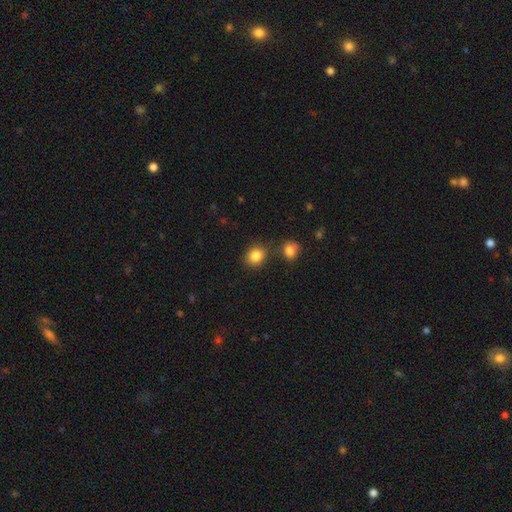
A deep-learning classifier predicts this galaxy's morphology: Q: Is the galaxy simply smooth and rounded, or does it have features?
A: smooth — 85%.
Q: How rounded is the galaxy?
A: round — 74%.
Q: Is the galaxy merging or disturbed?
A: none — 78%.